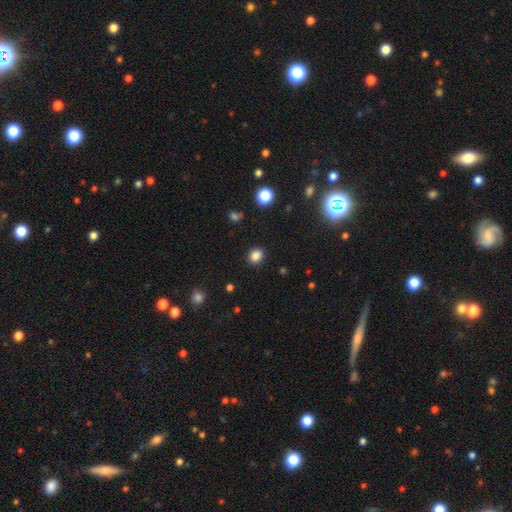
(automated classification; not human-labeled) smooth_or_featured: smooth (p=0.84) [alt: star or artifact p=0.12]
how_rounded: round (p=0.70) [alt: in between p=0.29]
merging: none (p=0.90) [alt: minor disturbance p=0.07]